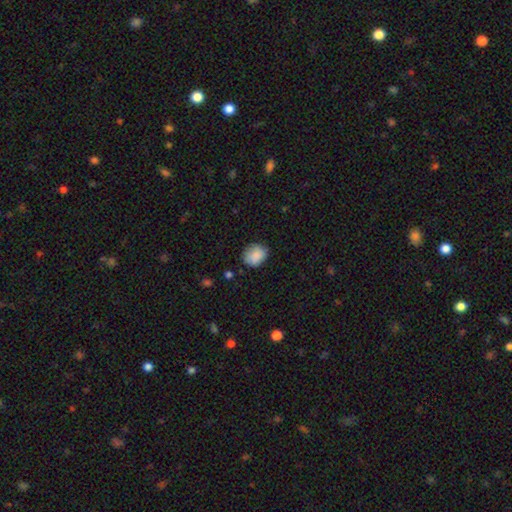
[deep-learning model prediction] smooth-or-featured: smooth: 85% | star or artifact: 8% | featured or disk: 7%
  how-rounded: round: 58% | in between: 41% | cigar-shaped: 1%
  merging: none: 71% | minor disturbance: 22% | major disturbance: 5% | merger: 2%